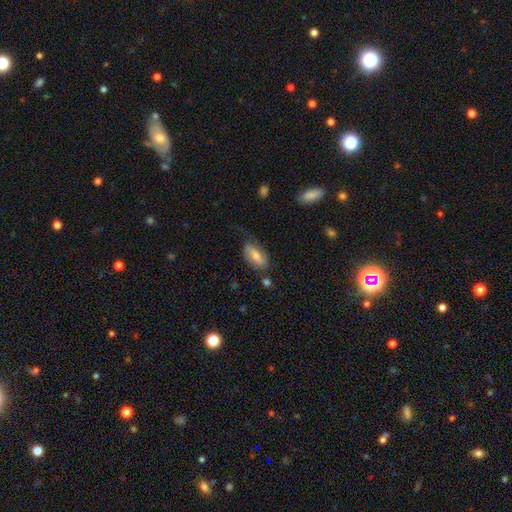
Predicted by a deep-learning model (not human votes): Q: Smooth or featured?
A: smooth (56%); runner-up: featured or disk (36%)
Q: How rounded?
A: in between (88%); runner-up: cigar-shaped (8%)
Q: Merging?
A: none (54%); runner-up: minor disturbance (29%)